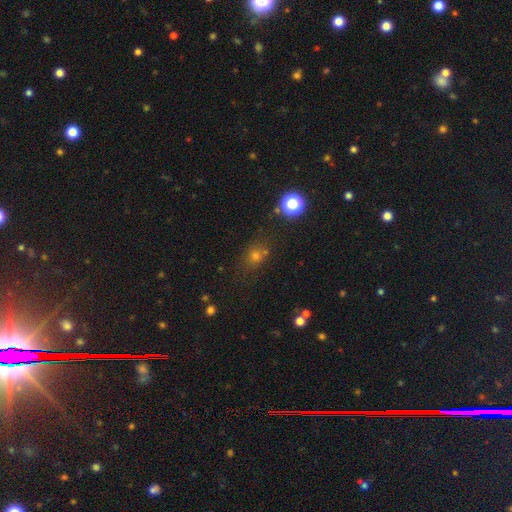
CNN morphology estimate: This appears to be a smooth galaxy with no disk features (61%) that is round (62%). Merging: none (69%).